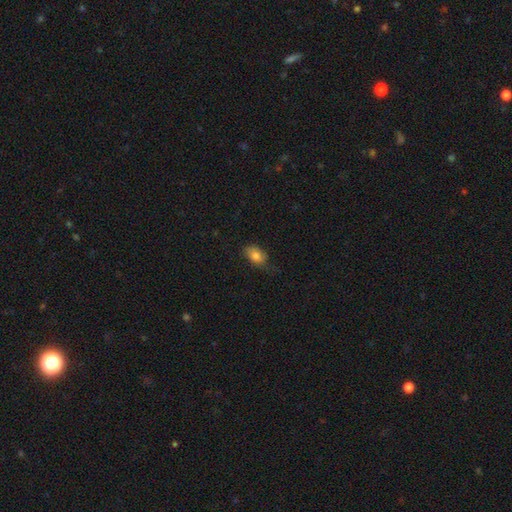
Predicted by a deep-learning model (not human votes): smooth-or-featured: smooth: 80% | featured or disk: 11% | star or artifact: 9%
  how-rounded: in between: 85% | round: 13% | cigar-shaped: 2%
  merging: none: 62% | minor disturbance: 28% | major disturbance: 8% | merger: 1%